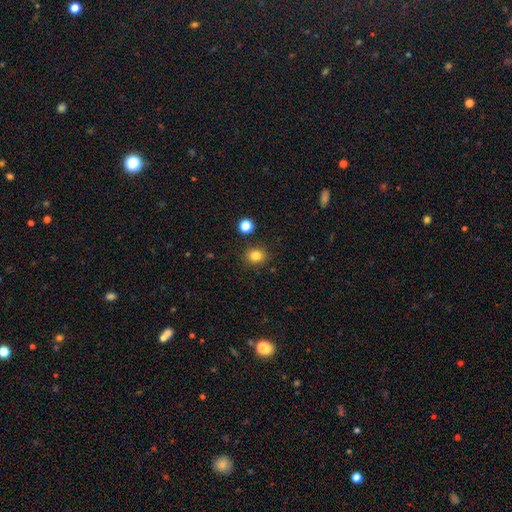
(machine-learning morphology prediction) A smooth galaxy with no disk features (82%) that is round (75%).

Vote fractions:
- Smooth or featured? smooth: 82% / star or artifact: 12% / featured or disk: 5%
- How rounded? round: 75% / in between: 25% / cigar-shaped: 1%
- Merging? none: 86% / minor disturbance: 8% / merger: 3% / major disturbance: 2%